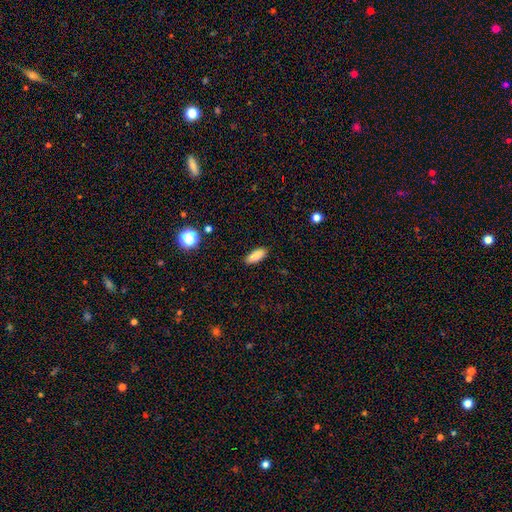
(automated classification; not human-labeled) The model was most divided on "how rounded": in between: 77%, cigar-shaped: 21%, round: 2%. More confident: merging — none (88%); smooth or featured — smooth (87%).